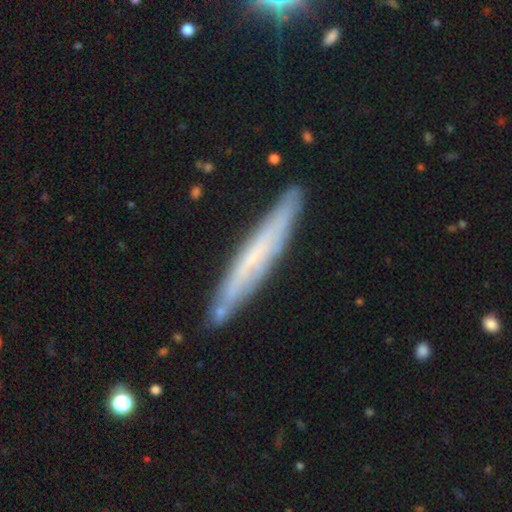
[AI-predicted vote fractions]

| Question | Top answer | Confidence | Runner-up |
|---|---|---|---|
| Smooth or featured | featured or disk | 53% | smooth (40%) |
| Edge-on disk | yes | 83% | no (17%) |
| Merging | none | 83% | minor disturbance (12%) |